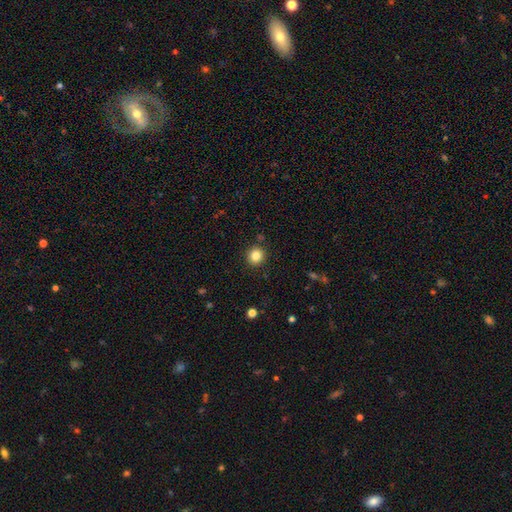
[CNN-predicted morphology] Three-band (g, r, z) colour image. It shows a smooth galaxy with no disk features (83%) that is round (92%). Merging: none (90%).